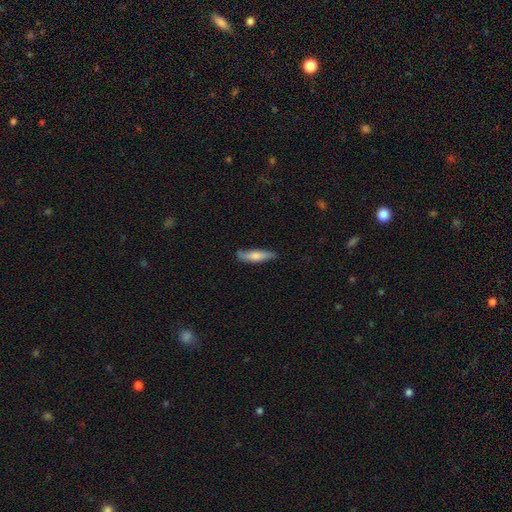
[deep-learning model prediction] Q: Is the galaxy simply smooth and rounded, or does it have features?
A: smooth — 71%.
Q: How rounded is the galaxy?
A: cigar-shaped — 70%.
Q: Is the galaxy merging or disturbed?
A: none — 79%.